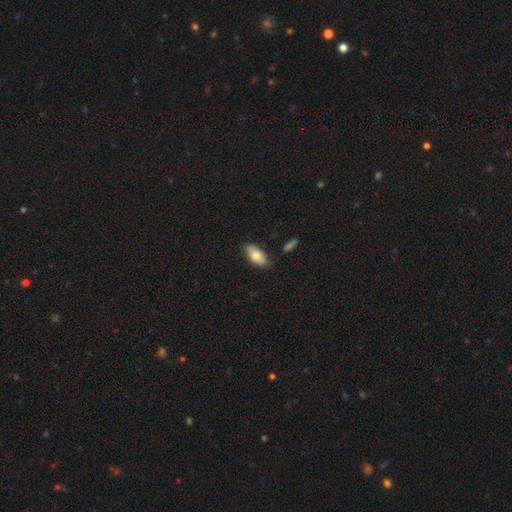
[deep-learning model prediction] Q: Smooth or featured?
A: smooth (81%); runner-up: featured or disk (13%)
Q: How rounded?
A: in between (92%); runner-up: cigar-shaped (6%)
Q: Merging?
A: none (82%); runner-up: minor disturbance (13%)